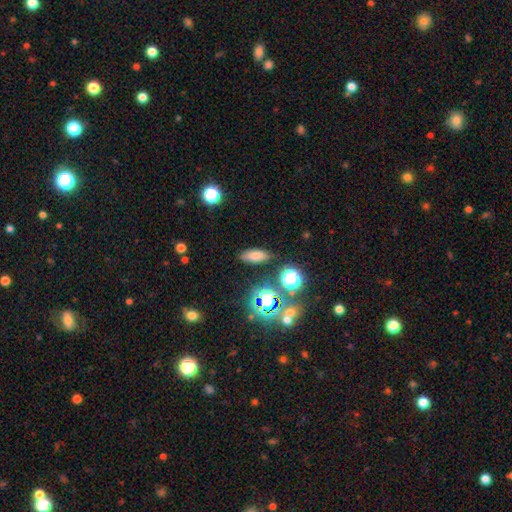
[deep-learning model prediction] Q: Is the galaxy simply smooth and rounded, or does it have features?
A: smooth — 71%.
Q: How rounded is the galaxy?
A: in between — 70%.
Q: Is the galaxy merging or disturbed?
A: none — 82%.